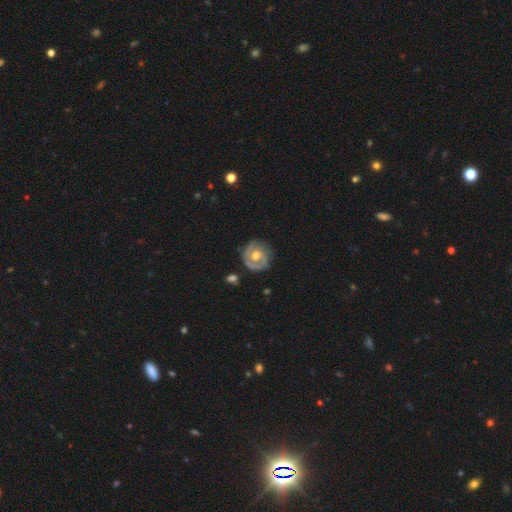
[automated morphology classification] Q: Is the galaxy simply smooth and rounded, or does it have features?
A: featured or disk — 74%.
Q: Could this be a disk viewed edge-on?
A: no — 97%.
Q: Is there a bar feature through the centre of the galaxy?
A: no — 70%.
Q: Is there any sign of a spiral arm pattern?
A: yes — 84%.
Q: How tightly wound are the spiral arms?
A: tight — 59%.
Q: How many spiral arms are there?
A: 2 — 50%.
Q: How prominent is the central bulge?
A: moderate — 76%.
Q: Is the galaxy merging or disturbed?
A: none — 73%.